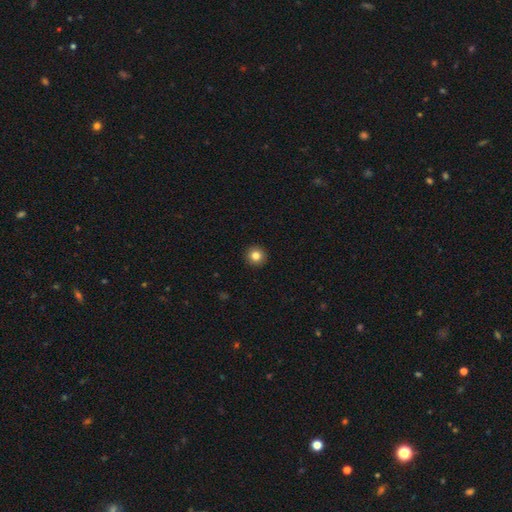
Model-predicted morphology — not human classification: Smooth or featured?
  - smooth: 82% *
  - star or artifact: 11%
  - featured or disk: 7%
How rounded?
  - round: 95% *
  - in between: 4%
  - cigar-shaped: 1%
Merging?
  - none: 94% *
  - minor disturbance: 4%
  - major disturbance: 1%
  - merger: 1%